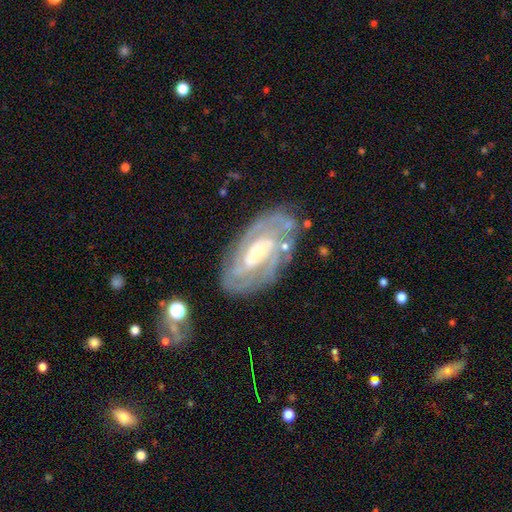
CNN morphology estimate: Smooth or featured? featured or disk (86%)
Edge-on disk? no (94%)
Bar? weak (41%)
Spiral arms? yes (93%)
Spiral winding? tight (66%)
Spiral arm count? 2 (39%)
Bulge size? small (49%)
Merging? none (78%)